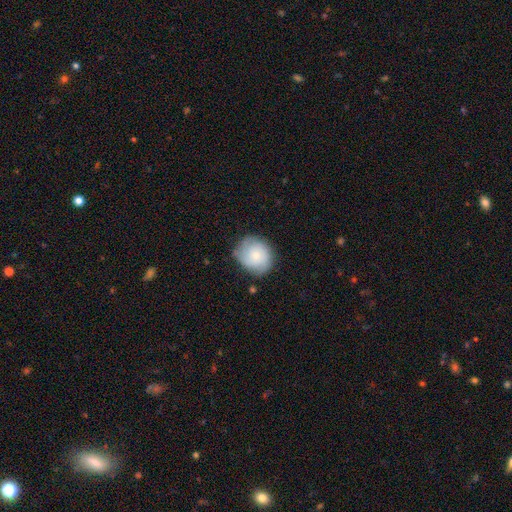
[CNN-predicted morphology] smooth 56%, featured or disk 36%, star or artifact 7%. Down the decision tree: how rounded — round (75%); merging — none (68%).